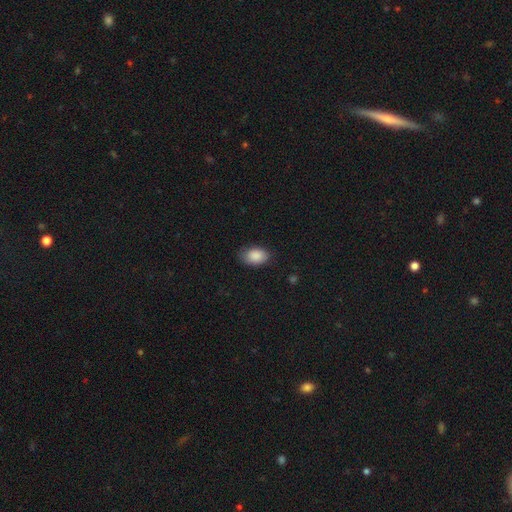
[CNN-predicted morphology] Q: Smooth or featured?
A: smooth (88%); runner-up: star or artifact (7%)
Q: How rounded?
A: in between (89%); runner-up: round (10%)
Q: Merging?
A: none (77%); runner-up: minor disturbance (18%)